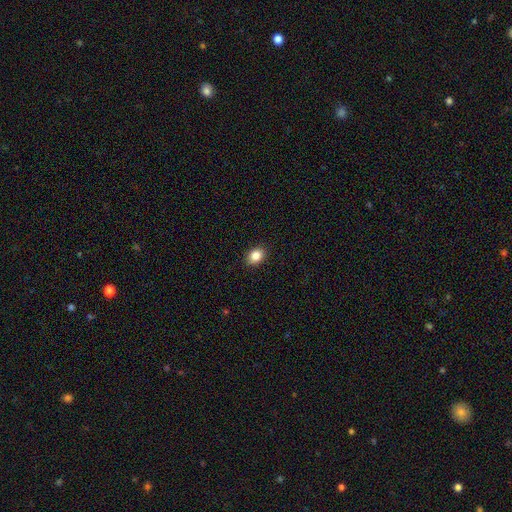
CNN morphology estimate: A smooth galaxy with no disk features (86%) that is in between round and cigar-shaped (70%).

Vote fractions:
- Smooth or featured? smooth: 86% / star or artifact: 9% / featured or disk: 5%
- How rounded? in between: 70% / round: 29% / cigar-shaped: 1%
- Merging? none: 90% / minor disturbance: 7% / major disturbance: 2% / merger: 1%